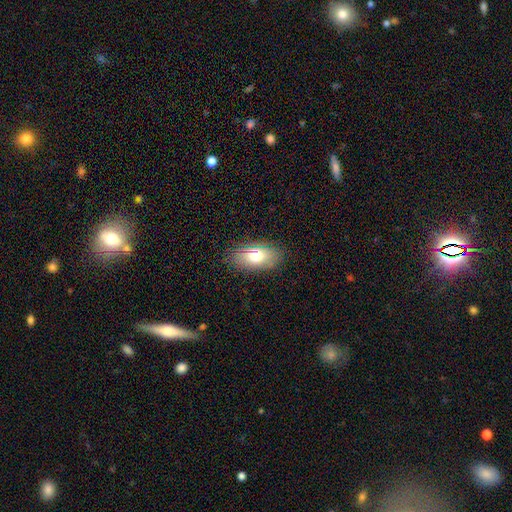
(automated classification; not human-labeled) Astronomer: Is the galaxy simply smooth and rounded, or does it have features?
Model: smooth — 71%.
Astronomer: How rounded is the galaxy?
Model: in between — 90%.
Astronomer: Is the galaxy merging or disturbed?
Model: none — 84%.